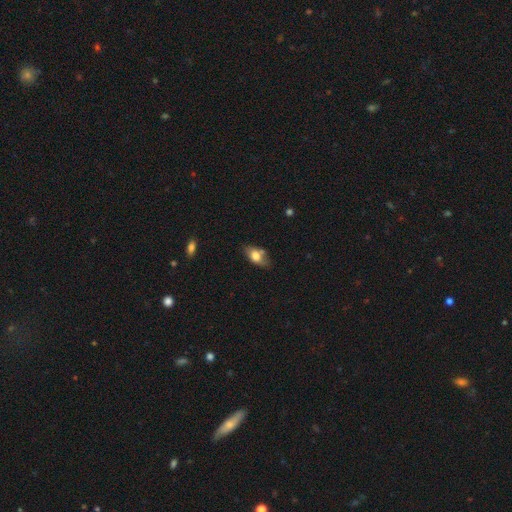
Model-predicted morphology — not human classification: type=smooth (72%); roundness=in between (88%); merging=none (62%).